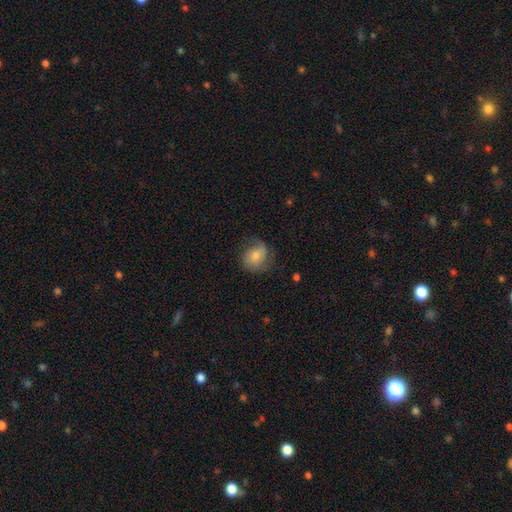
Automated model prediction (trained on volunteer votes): A featured or disk galaxy (61%) with no bar (70%), 2 (54%) tight (41%) spiral arms (90%) and a moderate central bulge (52%). Merging: none (68%).